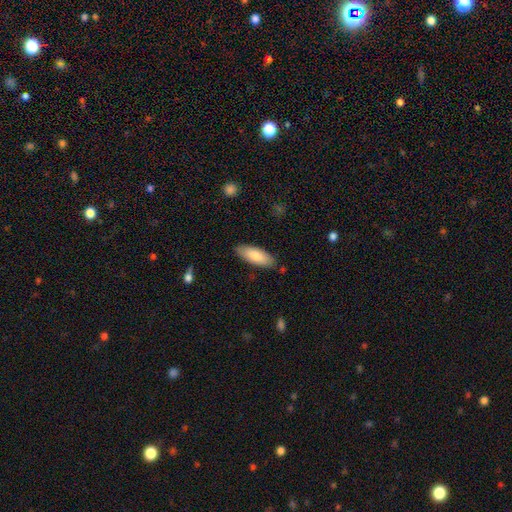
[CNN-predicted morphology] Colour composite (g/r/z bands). It shows a smooth galaxy with no disk features (82%) that is in between round and cigar-shaped (72%). Merging: none (85%).